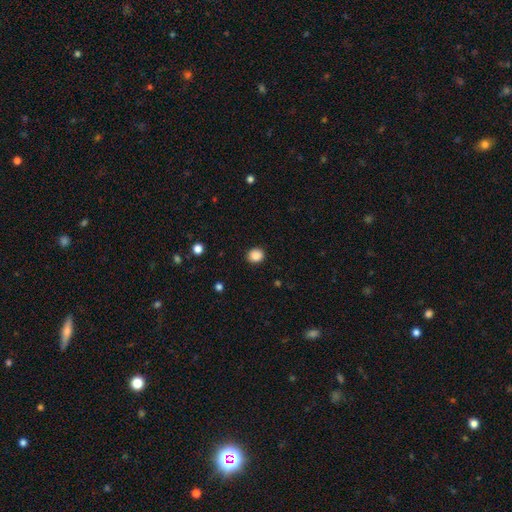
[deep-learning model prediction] Smooth or featured? smooth (88%)
How rounded? round (80%)
Merging? none (91%)